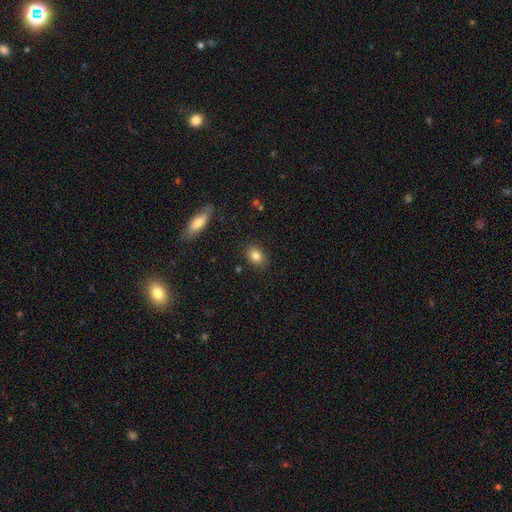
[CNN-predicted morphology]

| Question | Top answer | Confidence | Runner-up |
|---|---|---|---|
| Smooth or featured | smooth | 83% | star or artifact (10%) |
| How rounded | in between | 71% | round (27%) |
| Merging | none | 86% | minor disturbance (10%) |